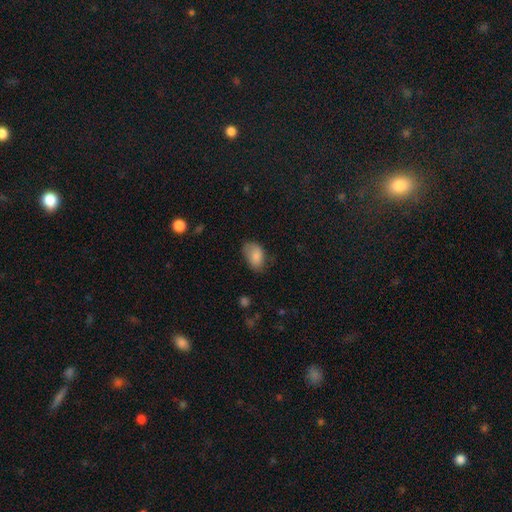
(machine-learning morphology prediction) Smooth or featured? smooth (84%)
How rounded? in between (90%)
Merging? none (59%)